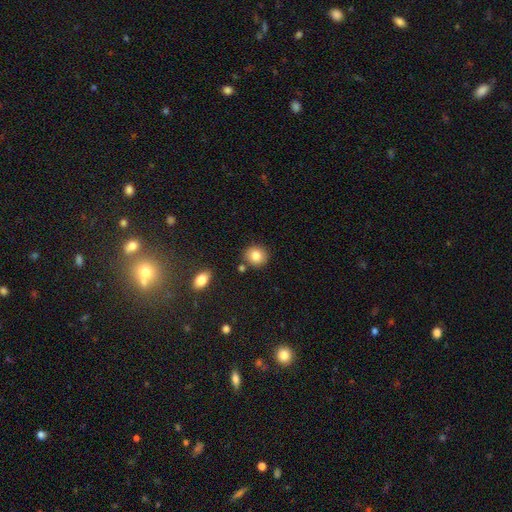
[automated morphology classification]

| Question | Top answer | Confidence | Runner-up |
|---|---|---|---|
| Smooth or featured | smooth | 84% | star or artifact (9%) |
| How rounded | round | 83% | in between (16%) |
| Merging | none | 83% | minor disturbance (9%) |